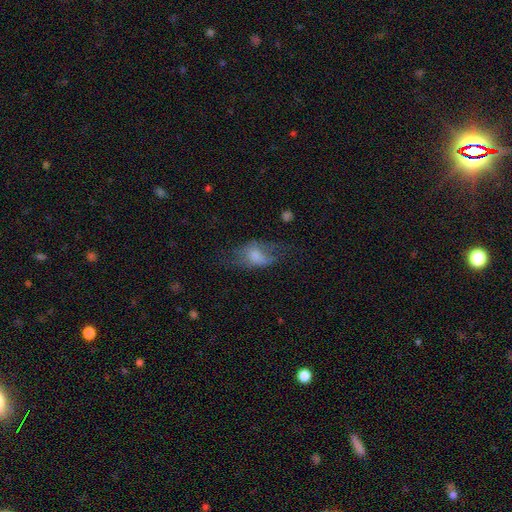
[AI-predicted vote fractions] Smooth or featured? smooth (50%)
Merging? none (45%)